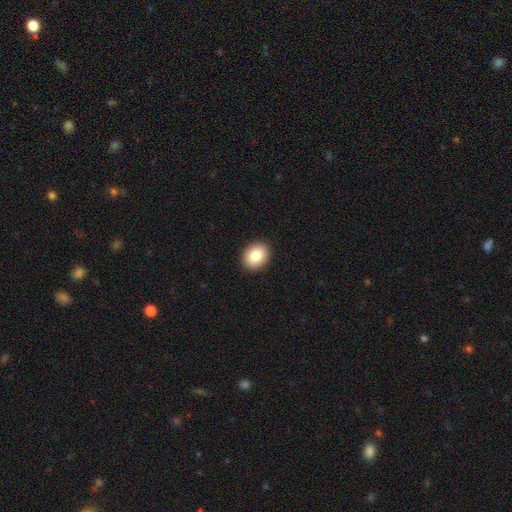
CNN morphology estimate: smooth_or_featured: smooth (p=0.83) [alt: star or artifact p=0.08]
how_rounded: in between (p=0.50) [alt: round p=0.49]
merging: none (p=0.92) [alt: minor disturbance p=0.06]